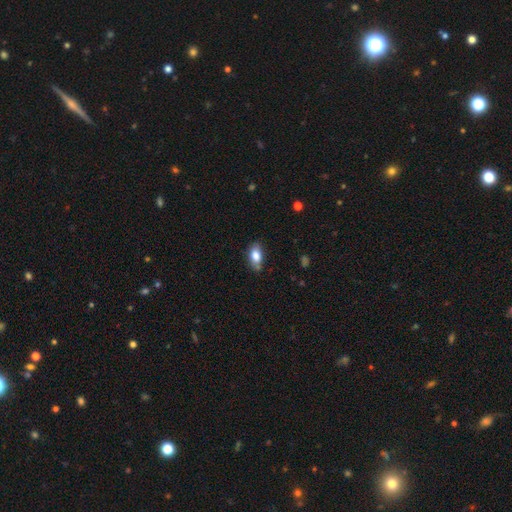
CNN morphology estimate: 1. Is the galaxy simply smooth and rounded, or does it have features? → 81% smooth, 11% featured or disk, 8% star or artifact.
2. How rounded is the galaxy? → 89% in between, 6% round, 5% cigar-shaped.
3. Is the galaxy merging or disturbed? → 72% none, 21% minor disturbance, 4% major disturbance, 3% merger.